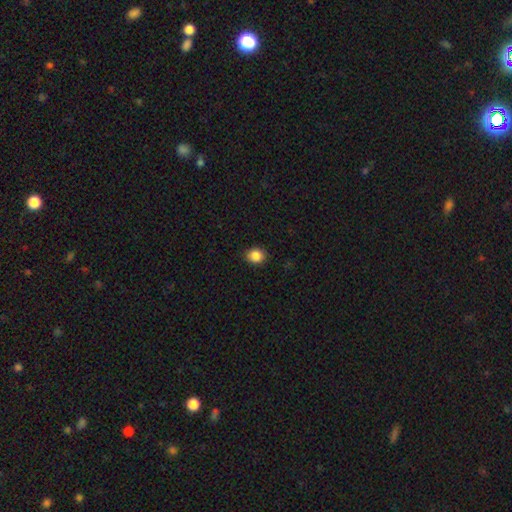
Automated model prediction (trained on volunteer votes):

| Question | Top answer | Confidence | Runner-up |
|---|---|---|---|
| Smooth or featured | smooth | 87% | star or artifact (10%) |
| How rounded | round | 71% | in between (28%) |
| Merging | none | 89% | minor disturbance (8%) |